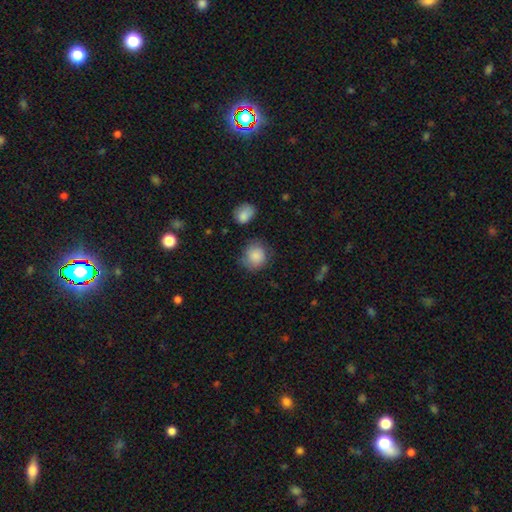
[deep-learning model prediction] Morphology: type=smooth (85%); roundness=round (85%); merging=none (70%).